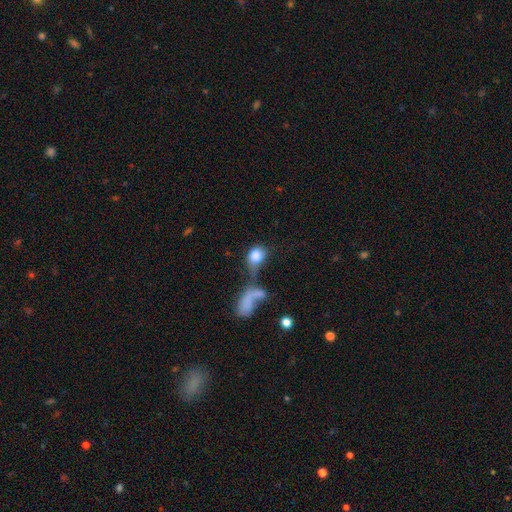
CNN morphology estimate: smooth-or-featured: smooth: 77% | featured or disk: 14% | star or artifact: 10%
  how-rounded: round: 50% | in between: 46% | cigar-shaped: 4%
  merging: merger: 44% | none: 23% | major disturbance: 22% | minor disturbance: 11%